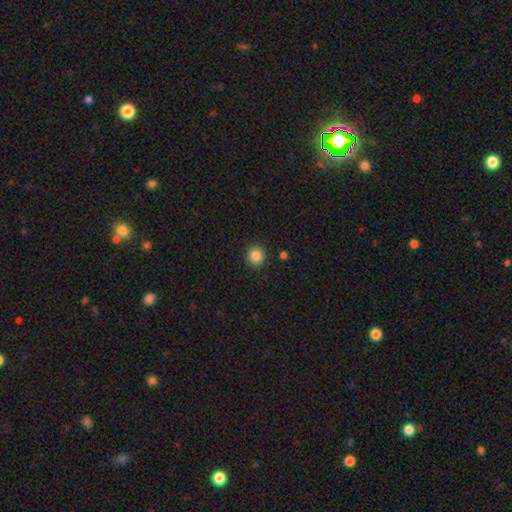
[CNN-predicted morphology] A smooth galaxy with no disk features (85%) that is round (86%). Merging: none (90%).